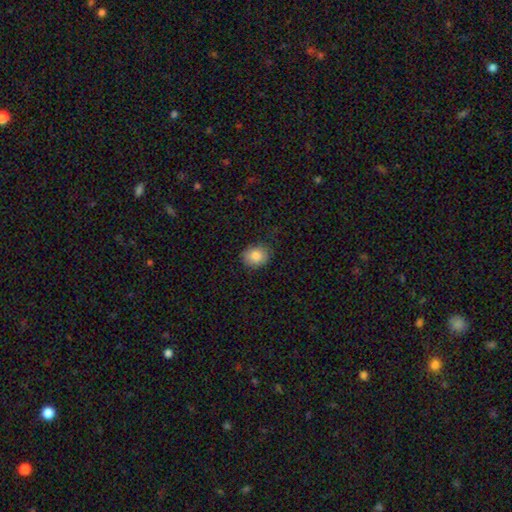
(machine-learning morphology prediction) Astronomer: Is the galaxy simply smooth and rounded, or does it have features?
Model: smooth — 86%.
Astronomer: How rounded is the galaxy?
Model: round — 59% (runner-up: in between, 40%).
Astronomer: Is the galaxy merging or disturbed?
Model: none — 80%.